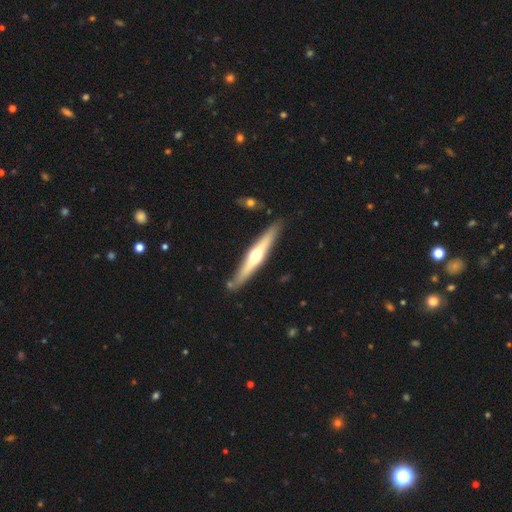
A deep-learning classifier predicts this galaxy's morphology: smooth_or_featured: featured or disk (p=0.61) [alt: smooth p=0.34]
disk_edge_on: yes (p=0.96) [alt: no p=0.04]
edge_on_bulge: rounded (p=0.89) [alt: none p=0.07]
merging: none (p=0.86) [alt: minor disturbance p=0.09]